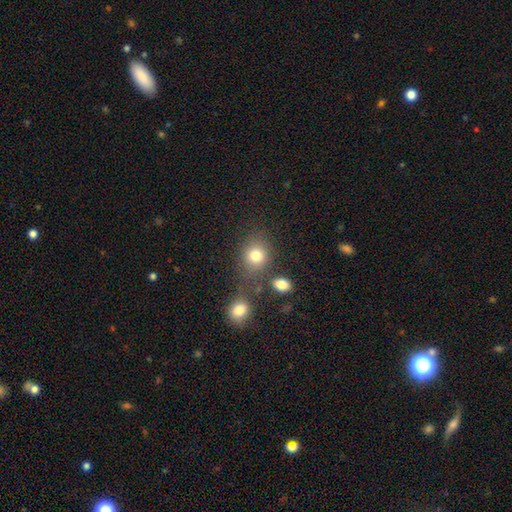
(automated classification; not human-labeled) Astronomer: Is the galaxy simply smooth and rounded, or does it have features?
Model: smooth — 80%.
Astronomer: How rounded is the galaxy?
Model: round — 68%.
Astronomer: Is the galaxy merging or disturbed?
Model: none — 65%.